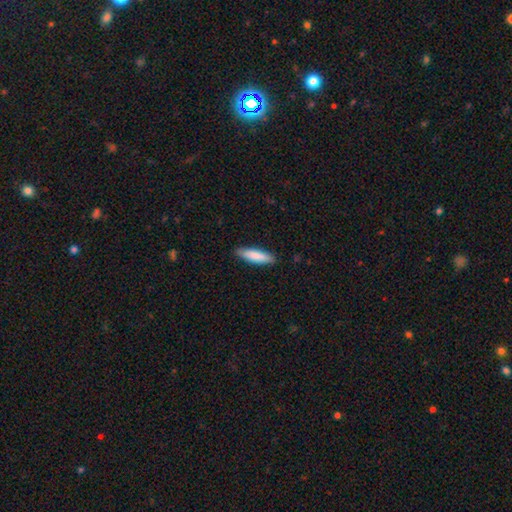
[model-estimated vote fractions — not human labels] smooth-or-featured: smooth: 84% | featured or disk: 11% | star or artifact: 5%
  how-rounded: cigar-shaped: 66% | in between: 32% | round: 1%
  merging: none: 88% | minor disturbance: 10% | major disturbance: 2% | merger: 1%